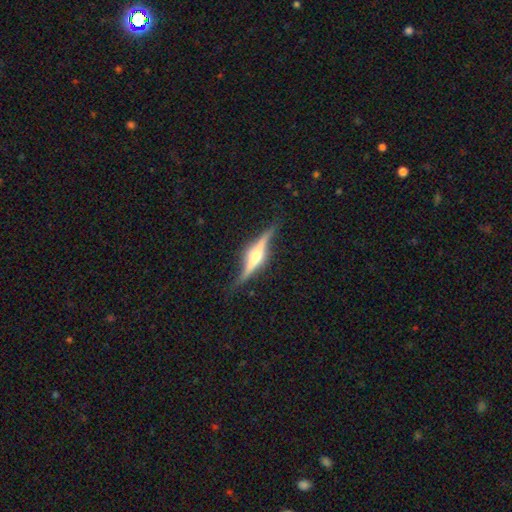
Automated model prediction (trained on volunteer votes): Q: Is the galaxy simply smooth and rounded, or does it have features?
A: featured or disk — 83%.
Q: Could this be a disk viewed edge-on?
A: yes — 92%.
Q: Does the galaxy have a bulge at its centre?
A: rounded — 84%.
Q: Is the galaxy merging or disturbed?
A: none — 77%.